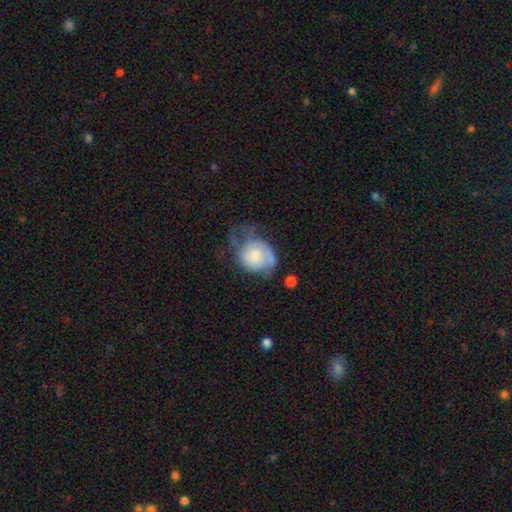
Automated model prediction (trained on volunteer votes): Smooth or featured? smooth (48%)
Merging? major disturbance (38%)